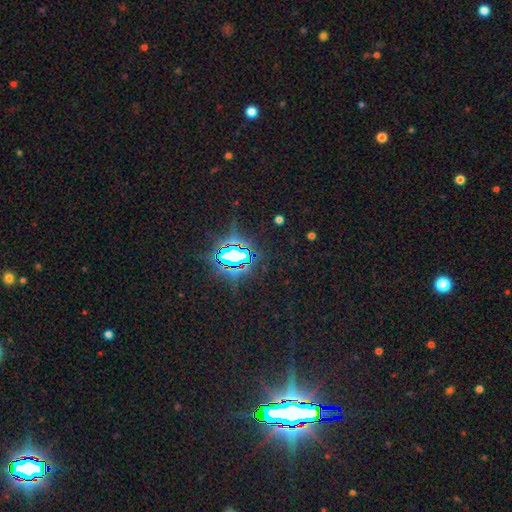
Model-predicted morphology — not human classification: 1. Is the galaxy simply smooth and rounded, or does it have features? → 86% star or artifact, 8% smooth, 7% featured or disk.